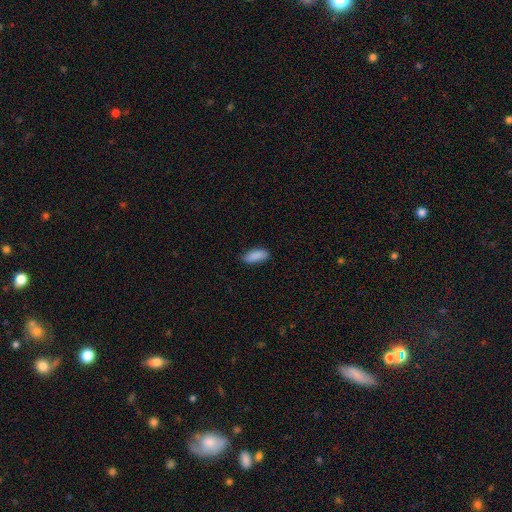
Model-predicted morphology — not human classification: The model was most divided on "how rounded": in between: 77%, cigar-shaped: 21%, round: 2%. More confident: smooth or featured — smooth (89%); merging — none (82%).